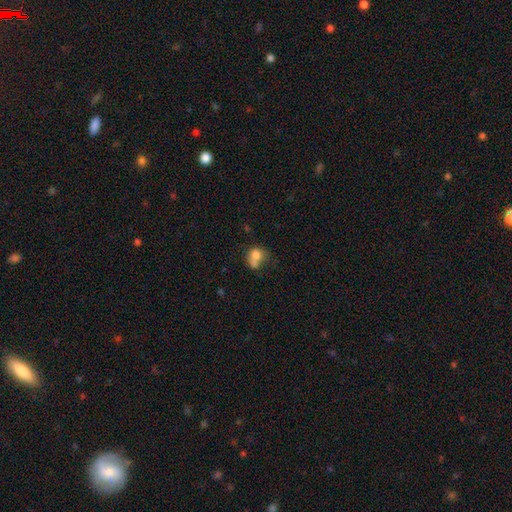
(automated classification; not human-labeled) This appears to be a smooth galaxy with no disk features (75%) that is round (58%). Merging: merger (41%).